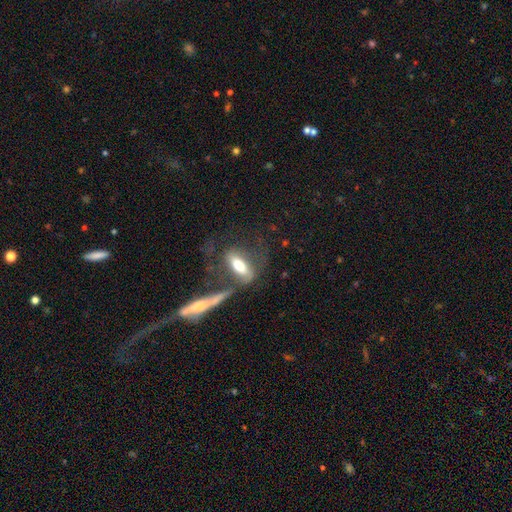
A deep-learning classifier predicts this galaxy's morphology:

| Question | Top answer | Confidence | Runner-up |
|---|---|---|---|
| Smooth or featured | featured or disk | 58% | smooth (32%) |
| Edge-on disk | no | 53% | yes (47%) |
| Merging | merger | 46% | none (25%) |